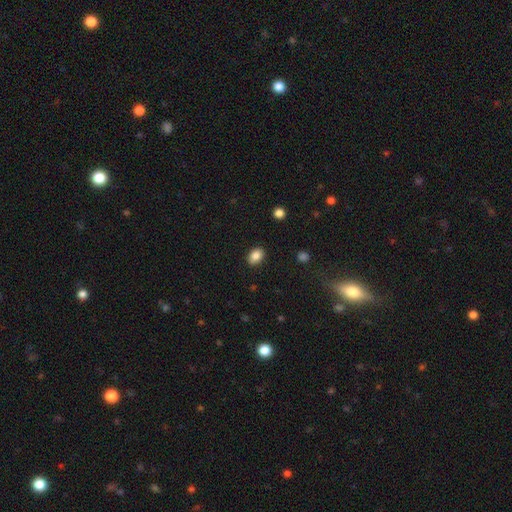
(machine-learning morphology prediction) Overall: smooth (86%). How rounded: in between (77%). Merging: none (88%).